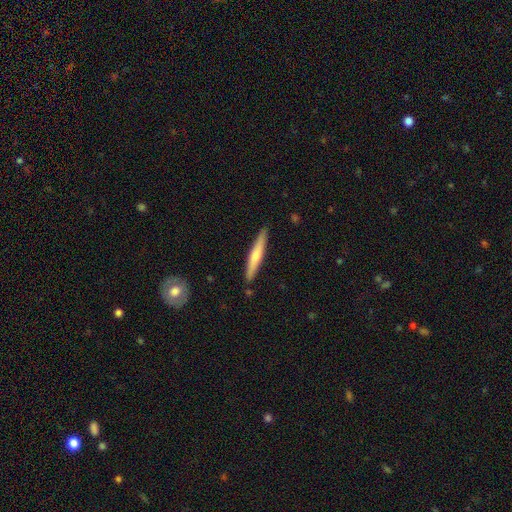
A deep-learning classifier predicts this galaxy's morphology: Q: Smooth or featured?
A: smooth (57%); runner-up: featured or disk (38%)
Q: How rounded?
A: cigar-shaped (94%); runner-up: in between (4%)
Q: Merging?
A: none (89%); runner-up: minor disturbance (8%)